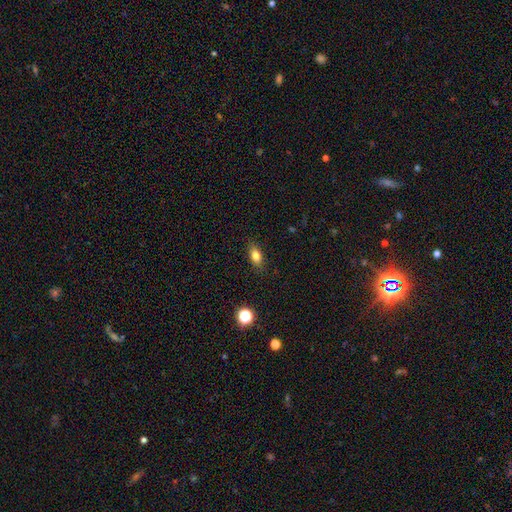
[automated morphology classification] The model was most divided on "smooth or featured": smooth: 80%, featured or disk: 10%, star or artifact: 10%. More confident: merging — none (84%); how rounded — in between (81%).